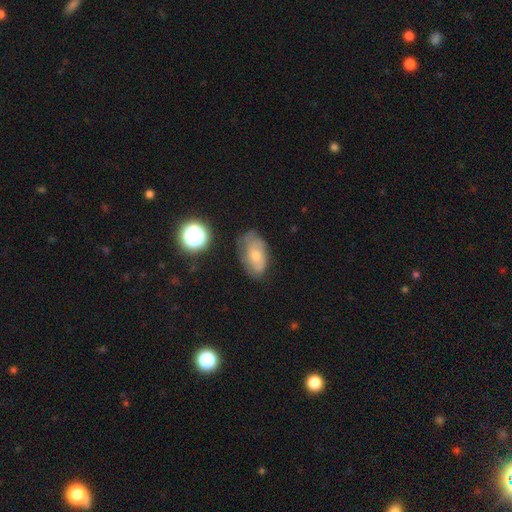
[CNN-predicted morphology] smooth_or_featured: smooth (p=0.52) [alt: featured or disk p=0.38]
how_rounded: in between (p=0.89) [alt: round p=0.09]
merging: none (p=0.54) [alt: minor disturbance p=0.32]